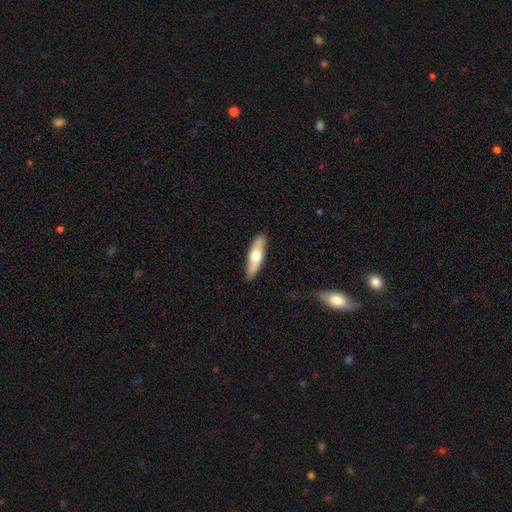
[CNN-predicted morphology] Smooth or featured? Predicted: smooth (p=0.56). How rounded? Predicted: cigar-shaped (p=0.61). Merging? Predicted: none (p=0.87).